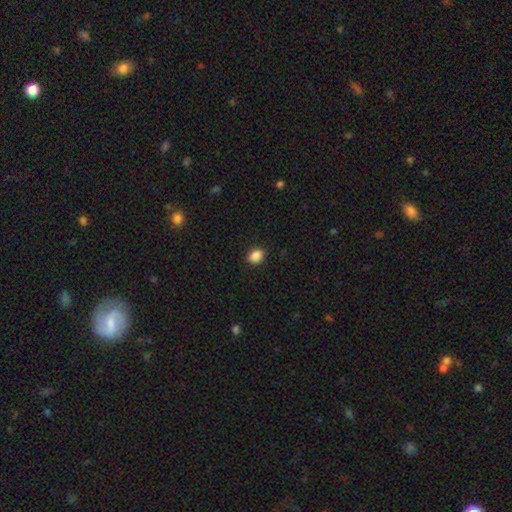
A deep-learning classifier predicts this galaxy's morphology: Q: Smooth or featured?
A: smooth (88%); runner-up: star or artifact (9%)
Q: How rounded?
A: in between (69%); runner-up: round (30%)
Q: Merging?
A: none (90%); runner-up: minor disturbance (7%)